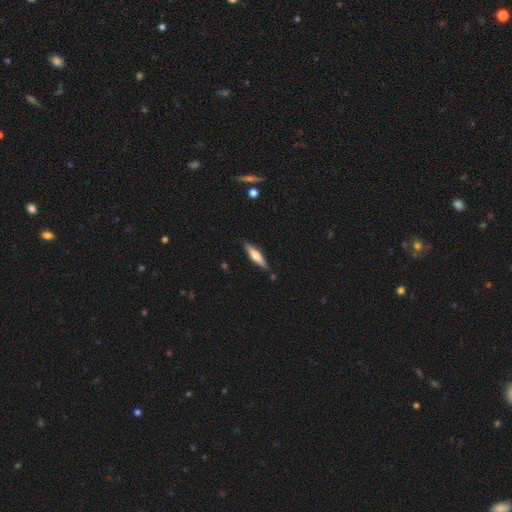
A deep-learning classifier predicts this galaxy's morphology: Smooth or featured?
  - smooth: 56% *
  - featured or disk: 39%
  - star or artifact: 6%
How rounded?
  - cigar-shaped: 78% *
  - in between: 21%
  - round: 2%
Merging?
  - none: 84% *
  - minor disturbance: 11%
  - merger: 3%
  - major disturbance: 2%